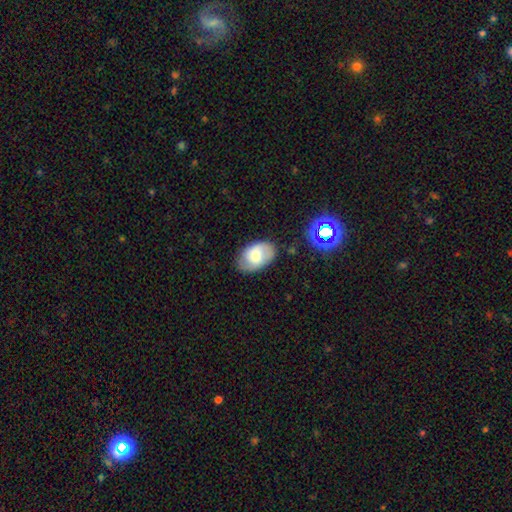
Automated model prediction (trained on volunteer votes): Smooth or featured?
  - smooth: 63% *
  - featured or disk: 28%
  - star or artifact: 9%
How rounded?
  - in between: 89% *
  - round: 10%
  - cigar-shaped: 1%
Merging?
  - none: 75% *
  - minor disturbance: 19%
  - major disturbance: 4%
  - merger: 2%